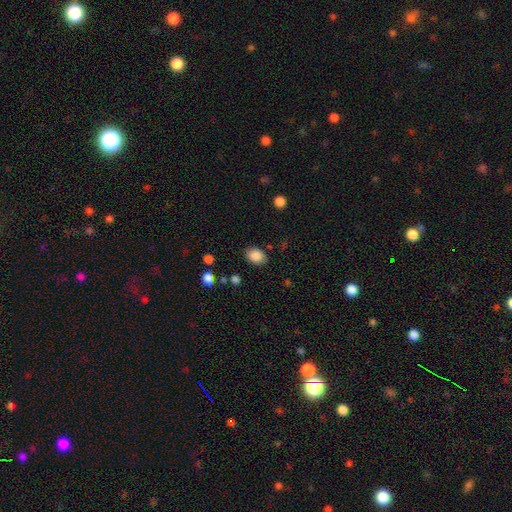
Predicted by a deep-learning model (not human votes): Morphology: type=smooth (86%); roundness=in between (72%); merging=none (83%).